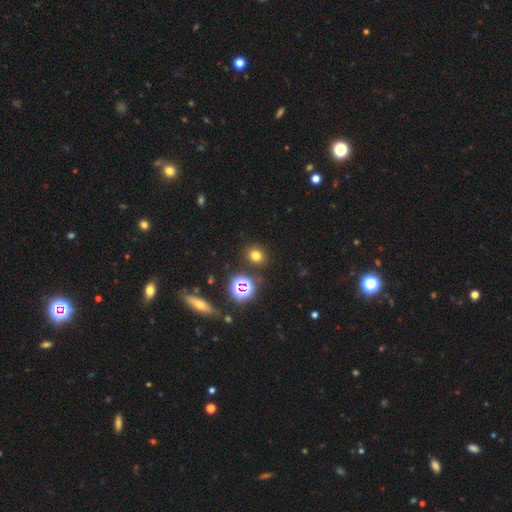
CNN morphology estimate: Smooth or featured? Predicted: smooth (p=0.70). How rounded? Predicted: round (p=0.75). Merging? Predicted: none (p=0.87).